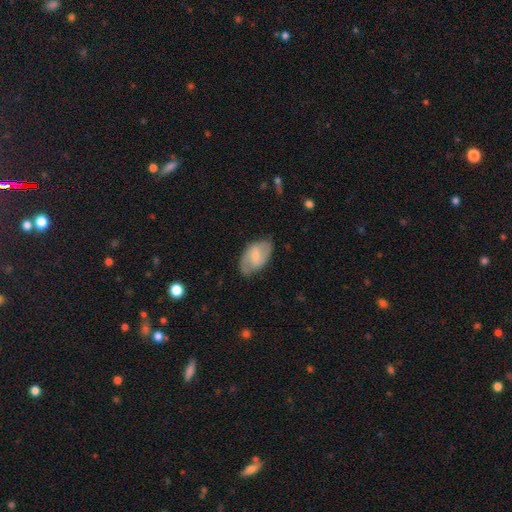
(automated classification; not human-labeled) This is possibly a featured or disk galaxy (50%). Merging: likely none (76%).